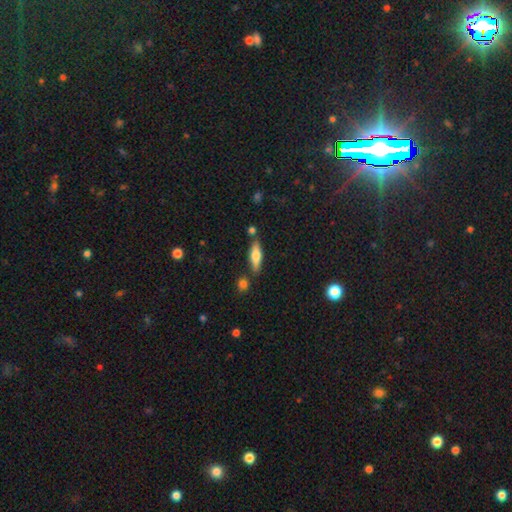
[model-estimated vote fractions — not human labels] smooth-or-featured: smooth: 57% | featured or disk: 36% | star or artifact: 7%
  how-rounded: cigar-shaped: 57% | in between: 40% | round: 2%
  merging: none: 77% | minor disturbance: 12% | merger: 8% | major disturbance: 3%